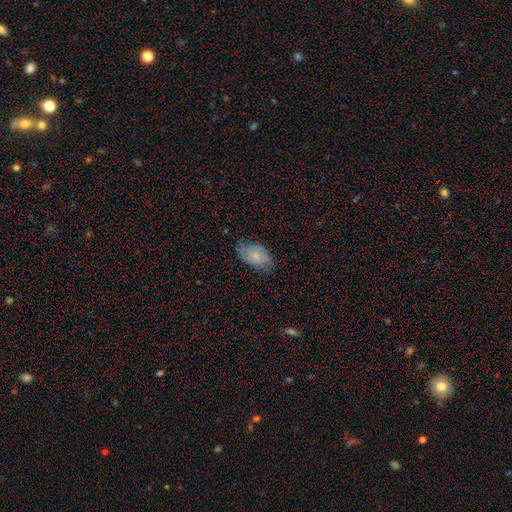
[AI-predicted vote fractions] Smooth or featured: smooth — 69% (featured or disk — 24%)
How rounded: in between — 92% (round — 6%)
Merging: none — 66% (minor disturbance — 26%)